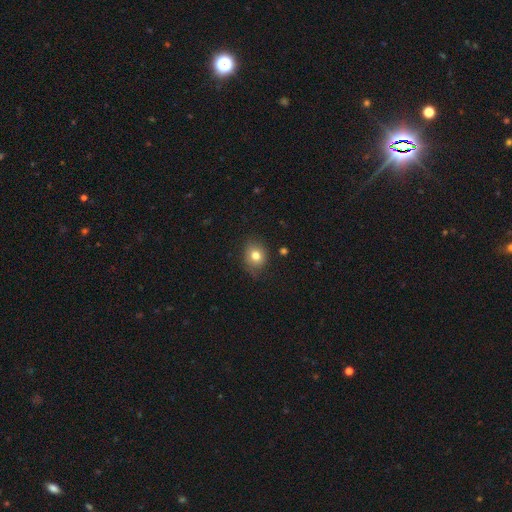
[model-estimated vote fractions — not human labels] Smooth or featured? Predicted: smooth (p=0.78). How rounded? Predicted: round (p=0.69). Merging? Predicted: none (p=0.78).